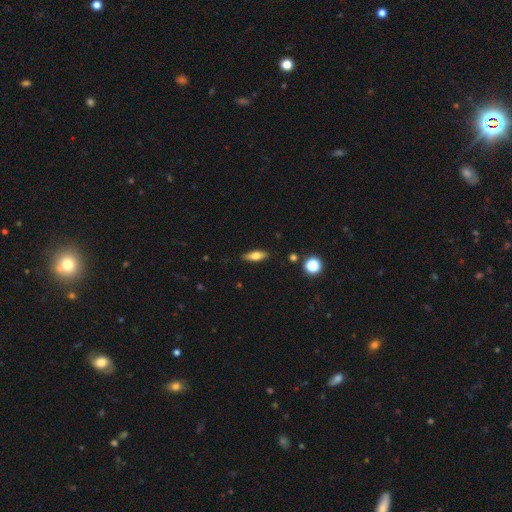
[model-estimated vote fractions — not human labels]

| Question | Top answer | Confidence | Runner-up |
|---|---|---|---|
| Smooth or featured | smooth | 63% | featured or disk (29%) |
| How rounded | in between | 56% | cigar-shaped (40%) |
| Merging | none | 88% | minor disturbance (9%) |